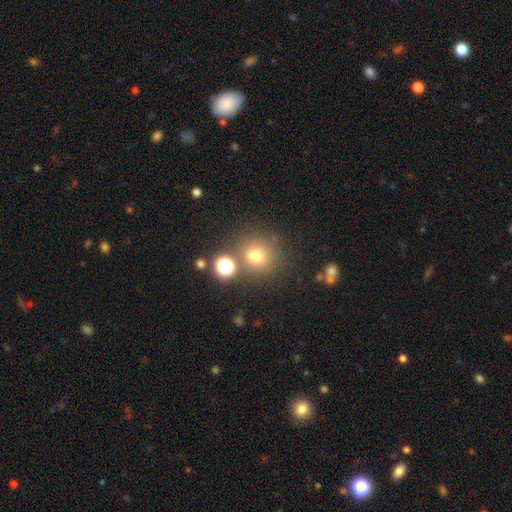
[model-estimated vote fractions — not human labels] Smooth or featured? Predicted: smooth (p=0.70). How rounded? Predicted: round (p=0.87). Merging? Predicted: none (p=0.71).